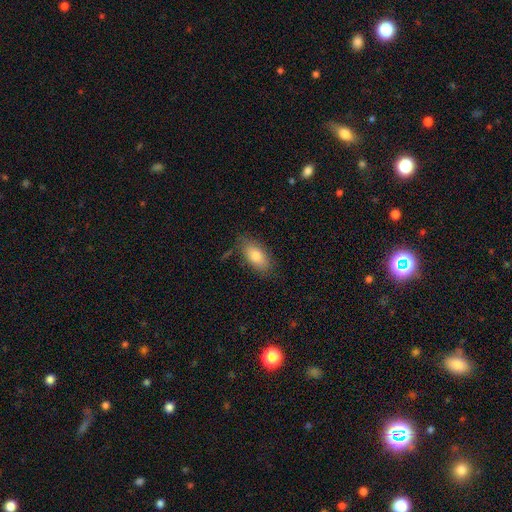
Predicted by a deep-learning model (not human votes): Smooth or featured?
  - smooth: 79% *
  - featured or disk: 14%
  - star or artifact: 7%
How rounded?
  - in between: 90% *
  - cigar-shaped: 6%
  - round: 3%
Merging?
  - none: 75% *
  - minor disturbance: 18%
  - major disturbance: 5%
  - merger: 2%